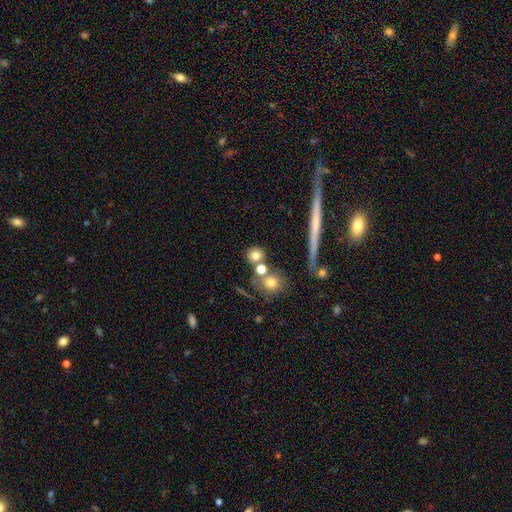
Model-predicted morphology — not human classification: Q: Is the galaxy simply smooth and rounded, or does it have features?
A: smooth — 75%.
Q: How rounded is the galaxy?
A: round — 86%.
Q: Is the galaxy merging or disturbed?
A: none — 69%.